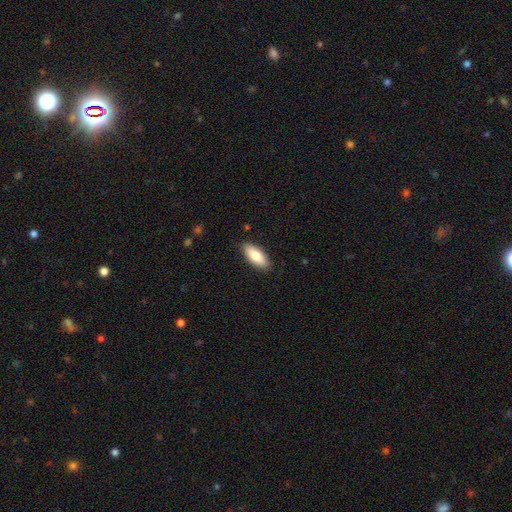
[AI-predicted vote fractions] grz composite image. It shows a smooth galaxy with no disk features (83%) that is in between round and cigar-shaped (80%). Merging: none (86%).